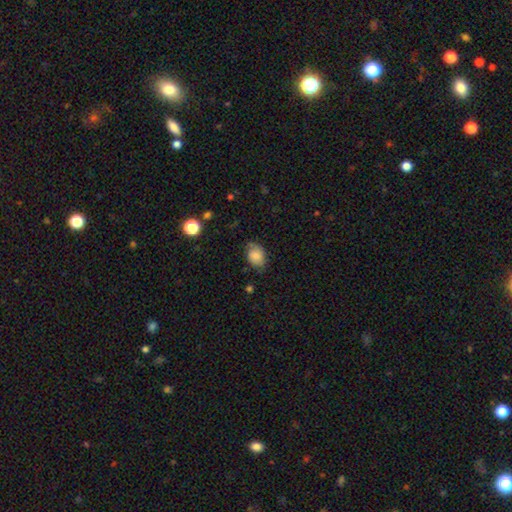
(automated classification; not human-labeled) smooth-or-featured: smooth: 68% | featured or disk: 23% | star or artifact: 9%
  how-rounded: in between: 72% | round: 27% | cigar-shaped: 1%
  merging: none: 64% | minor disturbance: 26% | major disturbance: 8% | merger: 1%